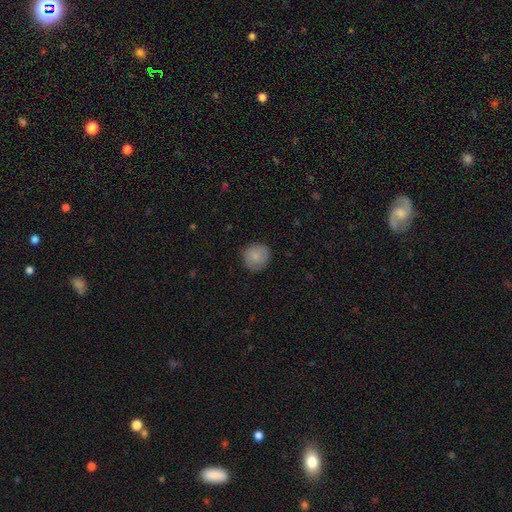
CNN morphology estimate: This is clearly a smooth galaxy (83%). How rounded: clearly round (90%). Merging: clearly none (85%).